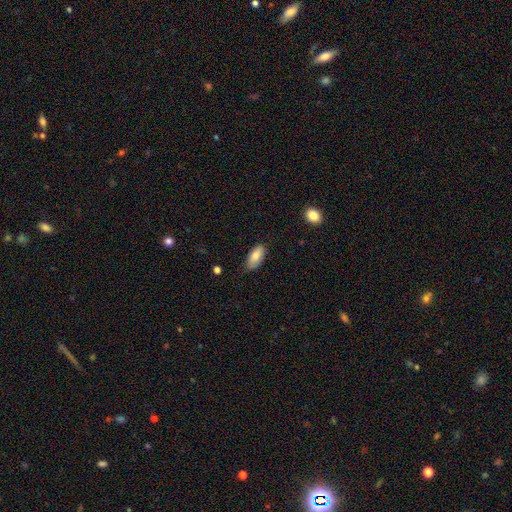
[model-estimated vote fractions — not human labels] A smooth galaxy with no disk features (82%) that is in between round and cigar-shaped (89%). Merging: none (77%).